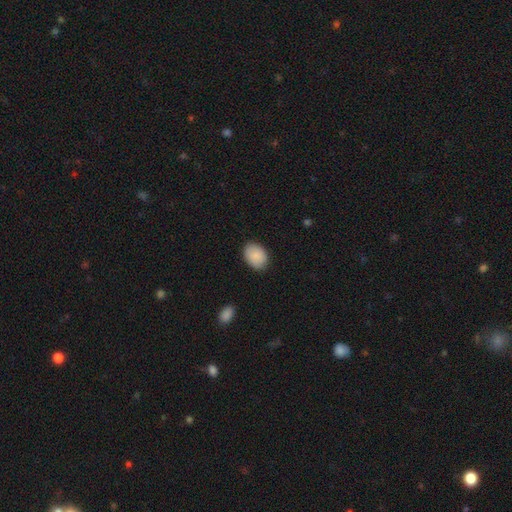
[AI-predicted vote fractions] This is clearly a smooth galaxy (89%). How rounded: likely in between (77%). Merging: clearly none (85%).